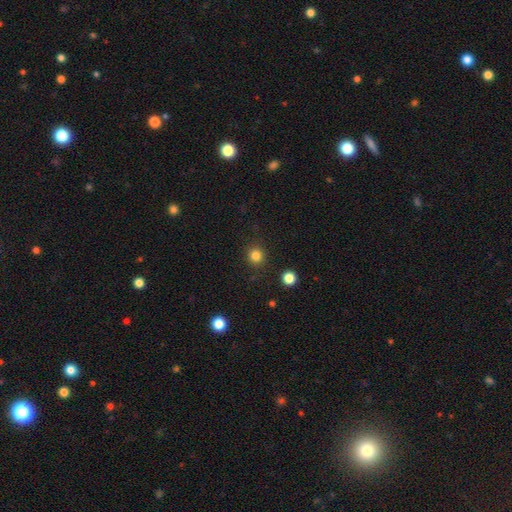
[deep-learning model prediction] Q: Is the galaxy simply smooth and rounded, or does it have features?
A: smooth — 82%.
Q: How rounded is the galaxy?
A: round — 92%.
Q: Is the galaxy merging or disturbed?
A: none — 89%.